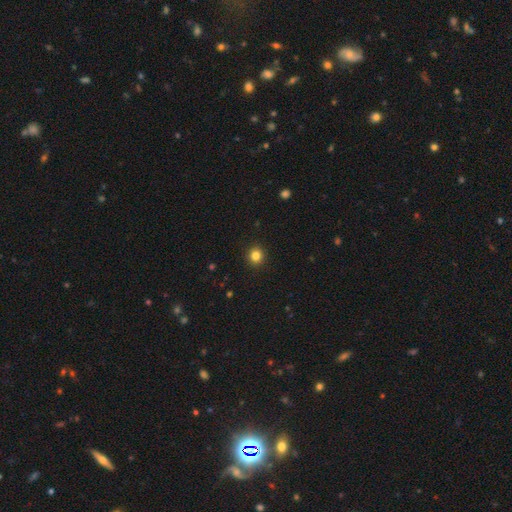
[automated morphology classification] Smooth or featured? smooth (83%)
How rounded? round (92%)
Merging? none (93%)